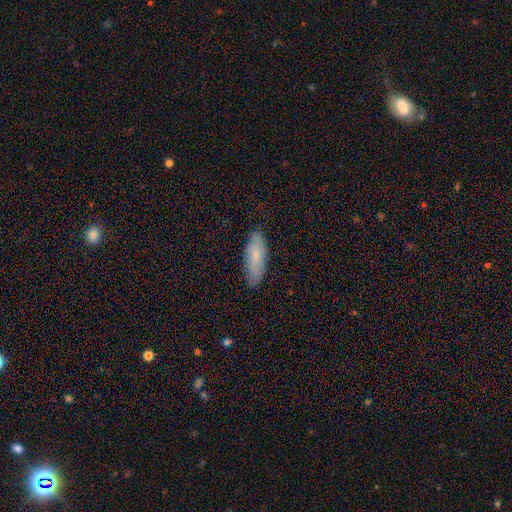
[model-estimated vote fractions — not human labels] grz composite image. It shows a smooth galaxy with no disk features (74%) that is in between round and cigar-shaped (59%). Merging: none (80%).